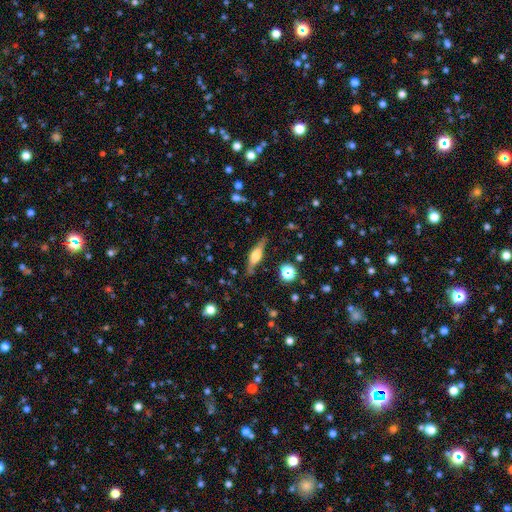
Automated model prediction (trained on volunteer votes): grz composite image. It shows a featured or disk galaxy (55%) viewed edge-on (91%) with a rounded central bulge (81%). Merging: none (78%).